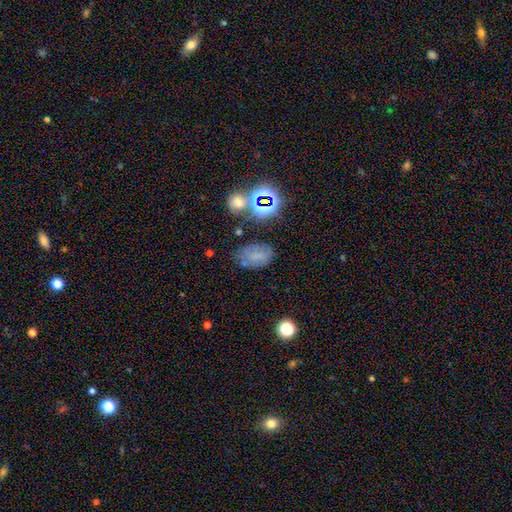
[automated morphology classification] This appears to be a smooth galaxy with no disk features (44%). Merging: none (69%).